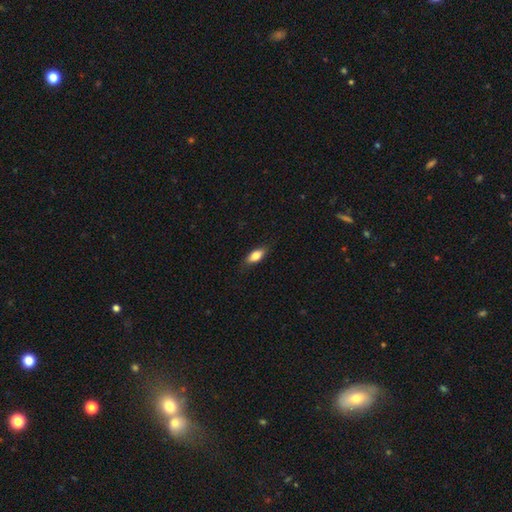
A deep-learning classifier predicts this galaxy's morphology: A smooth galaxy with no disk features (78%) that is in between round and cigar-shaped (79%).

Vote fractions:
- Smooth or featured? smooth: 78% / featured or disk: 15% / star or artifact: 7%
- How rounded? in between: 79% / cigar-shaped: 17% / round: 4%
- Merging? none: 83% / minor disturbance: 13% / major disturbance: 3% / merger: 1%